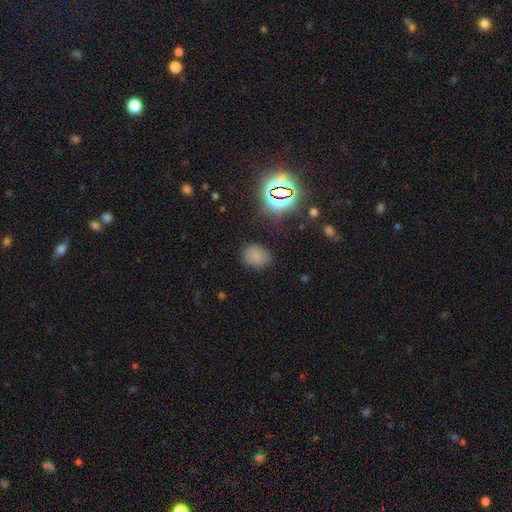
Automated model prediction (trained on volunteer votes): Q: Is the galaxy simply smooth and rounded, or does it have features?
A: smooth — 71%.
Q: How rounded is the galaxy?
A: in between — 55%.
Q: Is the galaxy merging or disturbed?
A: none — 79%.